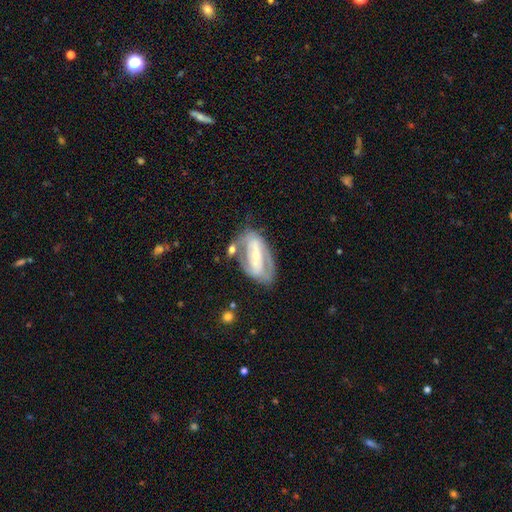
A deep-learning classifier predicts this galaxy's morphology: smooth-or-featured: featured or disk: 78% | smooth: 16% | star or artifact: 6%
  disk-edge-on: no: 92% | yes: 8%
    bar: strong: 60% | weak: 22% | no: 17%
    has-spiral-arms: yes: 72% | no: 28%
      spiral-winding: tight: 44% | medium: 39% | loose: 17%
      spiral-arm-count: 2: 73% | can't tell: 17% | 1: 5% | 3: 3% | 4: 1% | more than 4: 1%
    bulge-size: small: 59% | moderate: 36% | large: 3% | none: 1% | dominant: 1%
  merging: none: 60% | minor disturbance: 20% | major disturbance: 12% | merger: 8%